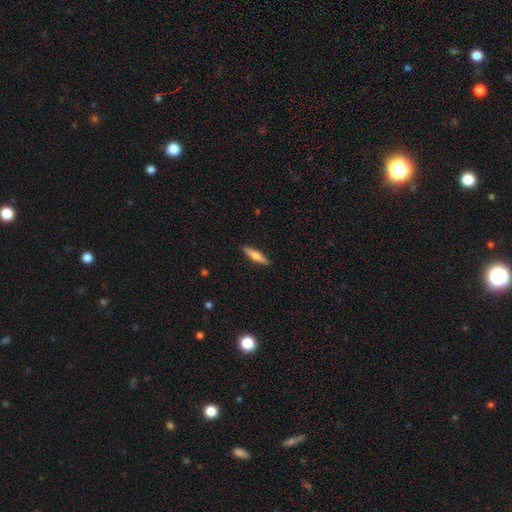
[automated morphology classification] The model was most divided on "smooth or featured": smooth: 50%, featured or disk: 44%, star or artifact: 6%. More confident: merging — none (90%); how rounded — cigar-shaped (78%).